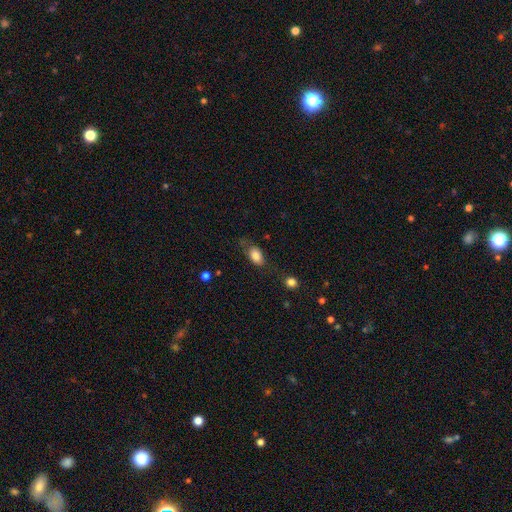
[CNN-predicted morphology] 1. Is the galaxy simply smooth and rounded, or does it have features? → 81% smooth, 11% featured or disk, 8% star or artifact.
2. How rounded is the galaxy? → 87% in between, 10% round, 3% cigar-shaped.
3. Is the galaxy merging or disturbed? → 57% none, 26% minor disturbance, 14% major disturbance, 4% merger.